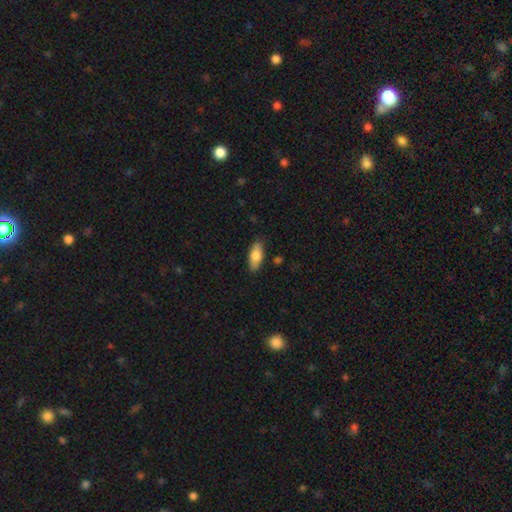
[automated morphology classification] Overall: smooth (77%). How rounded: in between (79%). Merging: none (86%).